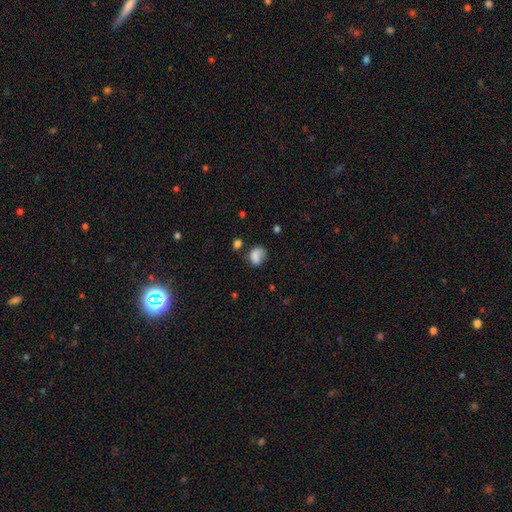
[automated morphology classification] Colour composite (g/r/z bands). It shows a smooth galaxy with no disk features (72%) that is round (53%). Merging: none (47%).